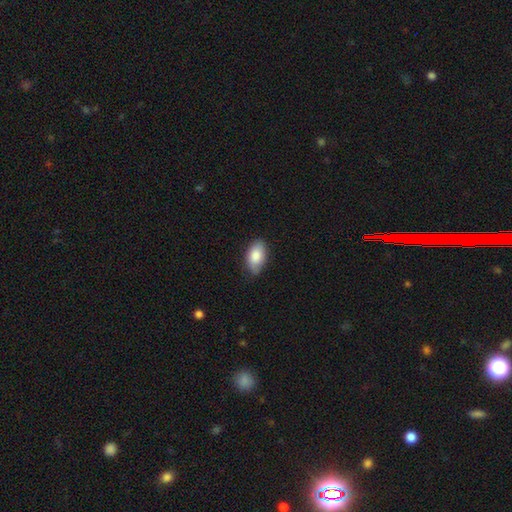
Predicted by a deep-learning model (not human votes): smooth 85%, featured or disk 9%, star or artifact 6%. Down the decision tree: how rounded — in between (94%); merging — none (79%).